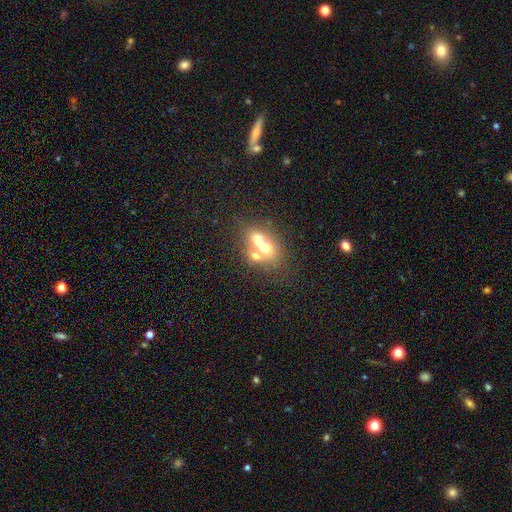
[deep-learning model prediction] Overall: smooth (55%; featured or disk 33%). How rounded: in between (68%). Merging: merger (64%).